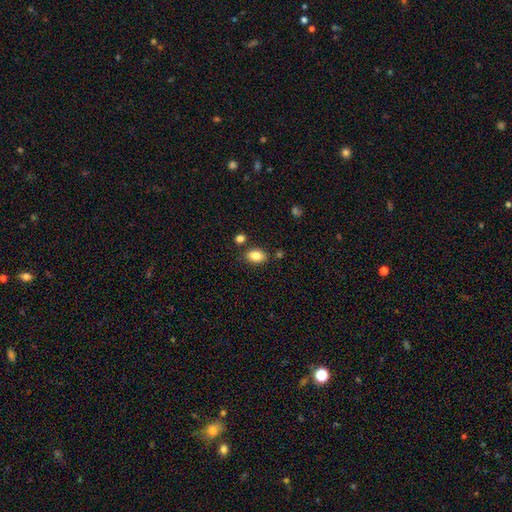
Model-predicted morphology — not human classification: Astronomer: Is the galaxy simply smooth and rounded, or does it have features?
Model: smooth — 84%.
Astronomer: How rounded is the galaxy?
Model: in between — 87%.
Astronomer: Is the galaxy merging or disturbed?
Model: none — 80%.